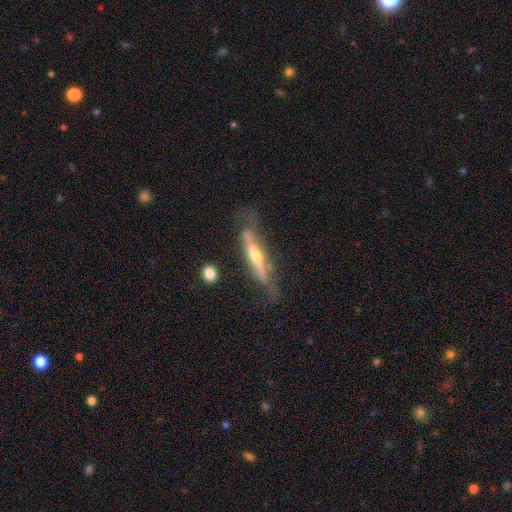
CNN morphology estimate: smooth-or-featured: featured or disk: 73% | smooth: 21% | star or artifact: 5%
  disk-edge-on: yes: 83% | no: 17%
    edge-on-bulge: rounded: 82% | none: 12% | boxy: 6%
  merging: none: 53% | minor disturbance: 27% | major disturbance: 16% | merger: 4%